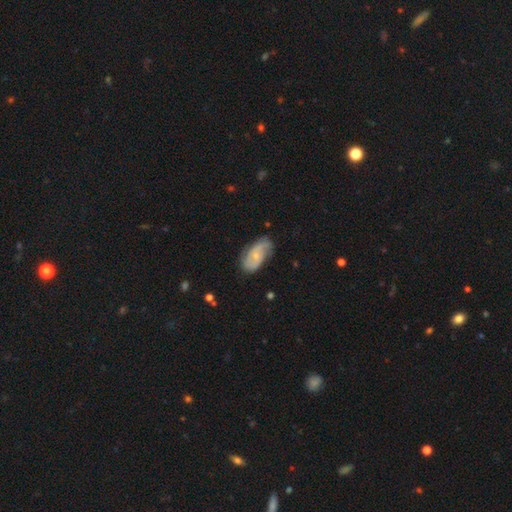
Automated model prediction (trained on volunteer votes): A featured or disk galaxy (68%) with no bar (63%), 2 (68%) medium (43%) spiral arms (90%) and a small central bulge (69%). Merging: none (63%).